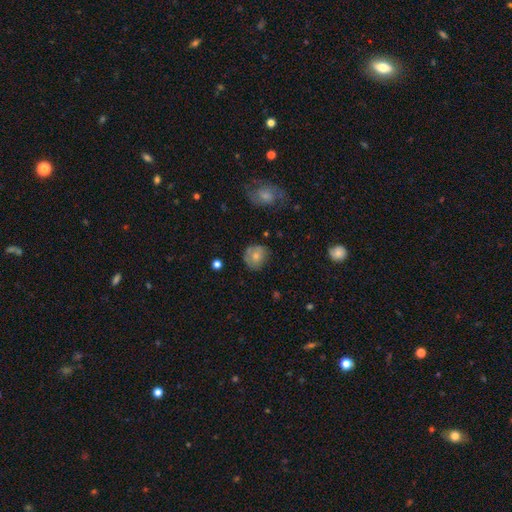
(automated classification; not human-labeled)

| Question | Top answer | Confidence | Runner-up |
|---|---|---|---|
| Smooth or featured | smooth | 66% | featured or disk (25%) |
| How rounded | round | 79% | in between (20%) |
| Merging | none | 65% | minor disturbance (24%) |